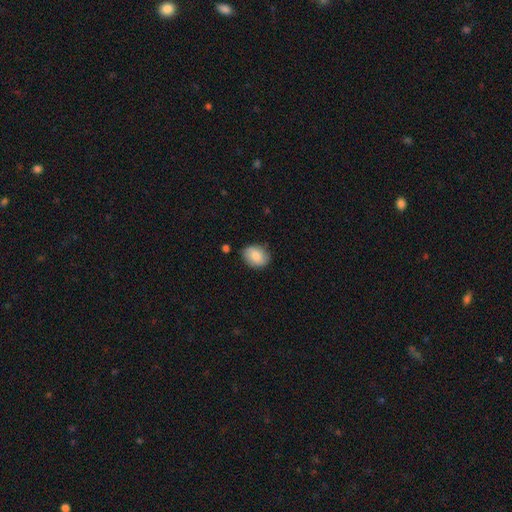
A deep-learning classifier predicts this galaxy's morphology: Overall: smooth (82%). How rounded: in between (58%; round 41%). Merging: none (79%).